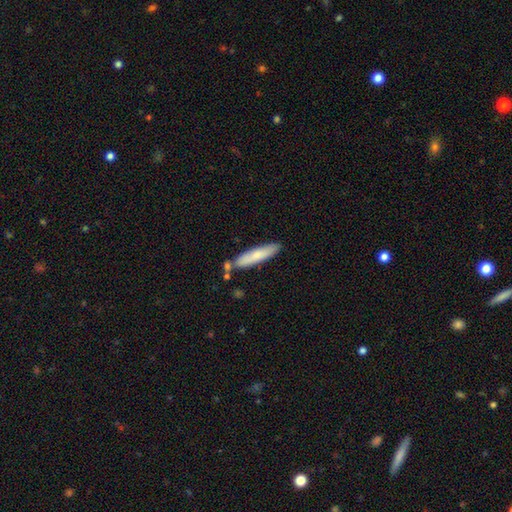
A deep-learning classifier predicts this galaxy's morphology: A smooth galaxy with no disk features (71%) that is cigar-shaped (83%).

Vote fractions:
- Smooth or featured? smooth: 71% / featured or disk: 23% / star or artifact: 6%
- How rounded? cigar-shaped: 83% / in between: 15% / round: 1%
- Merging? none: 75% / minor disturbance: 13% / merger: 9% / major disturbance: 3%